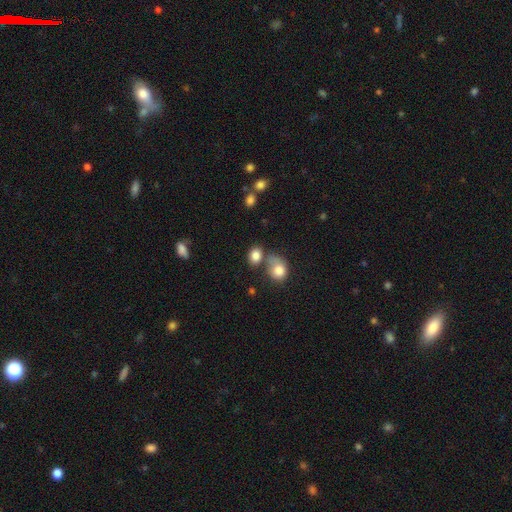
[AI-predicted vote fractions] This appears to be a smooth galaxy with no disk features (82%) that is in between round and cigar-shaped (57%). Merging: none (49%).